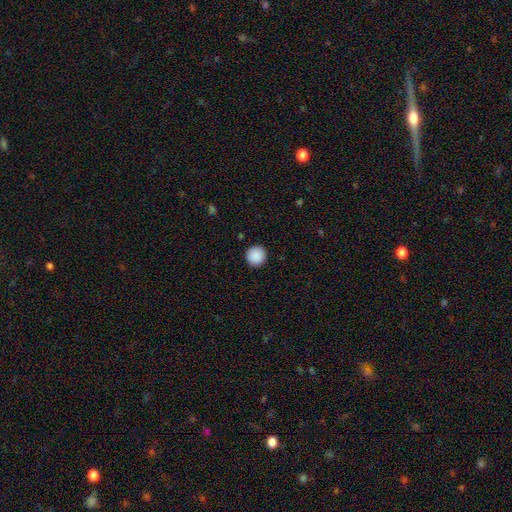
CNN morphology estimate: A smooth galaxy with no disk features (90%) that is round (96%).

Vote fractions:
- Smooth or featured? smooth: 90% / star or artifact: 8% / featured or disk: 2%
- How rounded? round: 96% / in between: 3% / cigar-shaped: 1%
- Merging? none: 93% / minor disturbance: 4% / major disturbance: 2% / merger: 1%